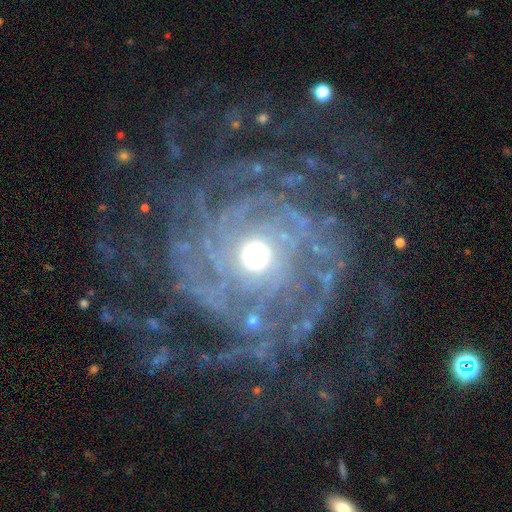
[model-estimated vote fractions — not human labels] Overall: featured or disk (89%). Edge-on disk: no (97%). Bar: no (78%). Spiral arms: yes (95%). Spiral arm count: more than 4 (26%; can't tell 25%). Spiral winding: tight (68%). Bulge size: moderate (59%; small 32%). Merging: none (70%).